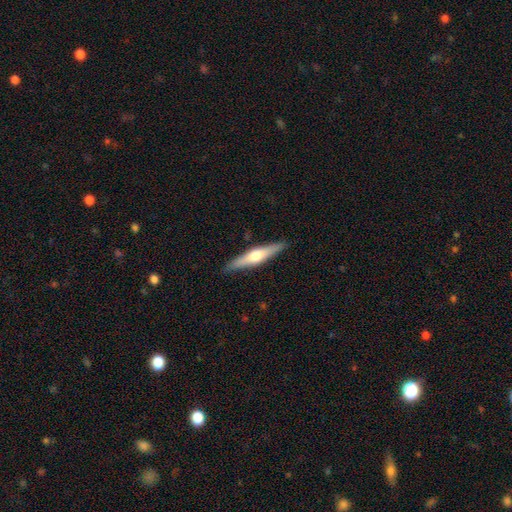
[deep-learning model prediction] Smooth or featured: featured or disk — 56% (smooth — 39%)
Edge-on disk: yes — 95% (no — 5%)
Edge-on bulge: rounded — 89% (boxy — 6%)
Merging: none — 89% (minor disturbance — 8%)